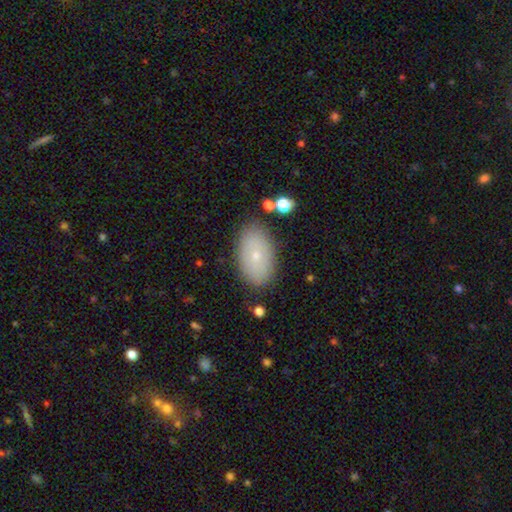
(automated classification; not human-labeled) This appears to be a smooth galaxy with no disk features (70%) that is in between round and cigar-shaped (93%). Merging: none (84%).